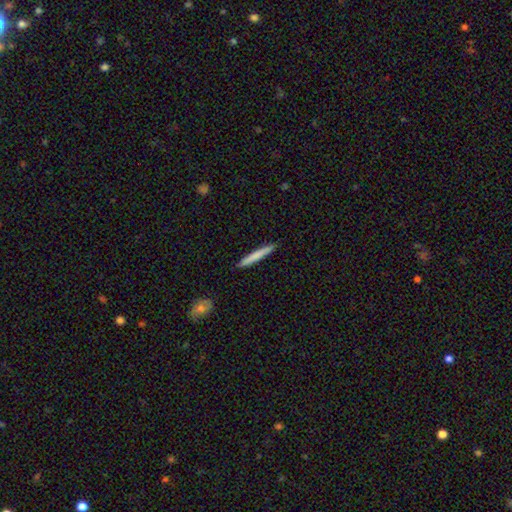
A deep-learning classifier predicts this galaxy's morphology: This appears to be a smooth galaxy with no disk features (74%) that is cigar-shaped (96%). Merging: none (91%).